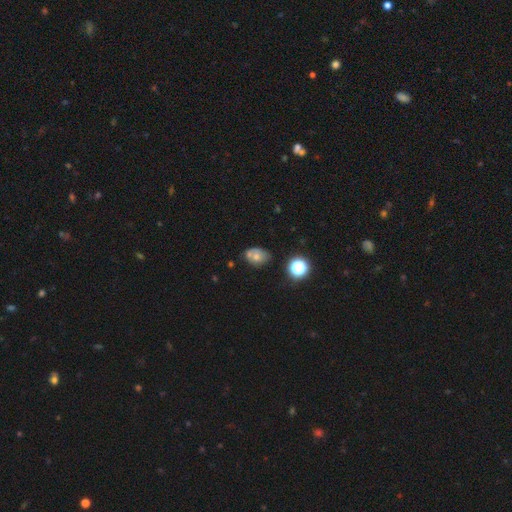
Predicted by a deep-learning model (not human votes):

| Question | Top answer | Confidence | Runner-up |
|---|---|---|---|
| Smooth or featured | smooth | 61% | featured or disk (24%) |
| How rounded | in between | 63% | round (36%) |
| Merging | none | 47% | merger (24%) |